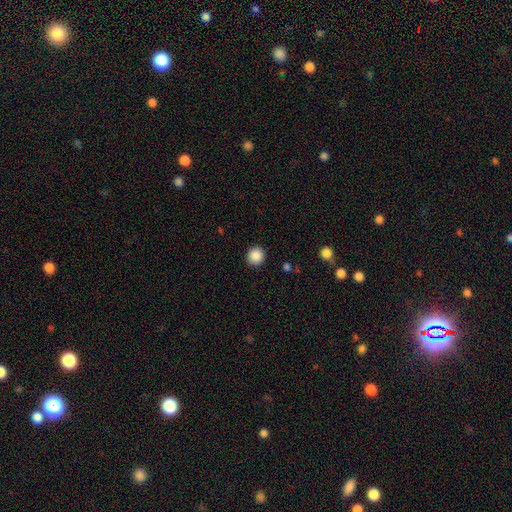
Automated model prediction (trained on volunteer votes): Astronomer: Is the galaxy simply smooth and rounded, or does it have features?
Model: smooth — 88%.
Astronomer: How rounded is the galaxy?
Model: round — 93%.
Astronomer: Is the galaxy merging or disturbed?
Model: none — 92%.